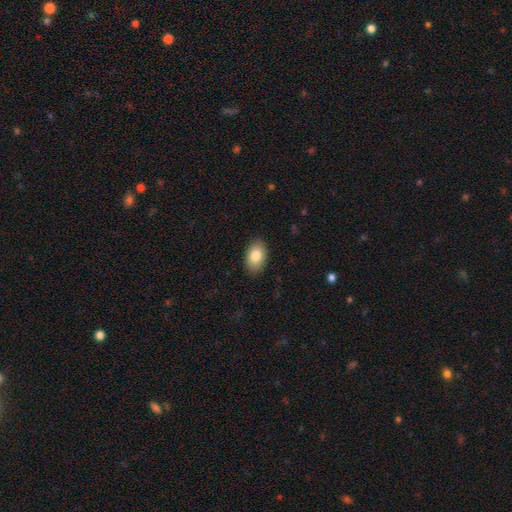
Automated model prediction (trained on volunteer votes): This appears to be a smooth galaxy with no disk features (84%) that is in between round and cigar-shaped (90%). Merging: none (88%).